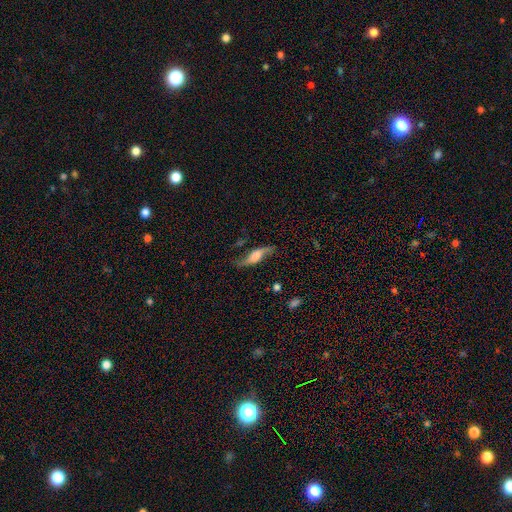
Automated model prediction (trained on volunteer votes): smooth-or-featured: featured or disk: 73% | smooth: 19% | star or artifact: 7%
  disk-edge-on: no: 74% | yes: 26%
    bar: no: 52% | weak: 33% | strong: 15%
    has-spiral-arms: yes: 92% | no: 8%
    bulge-size: large: 36% | moderate: 21% | none: 20% | small: 13% | dominant: 10%
  merging: none: 69% | minor disturbance: 19% | major disturbance: 9% | merger: 3%